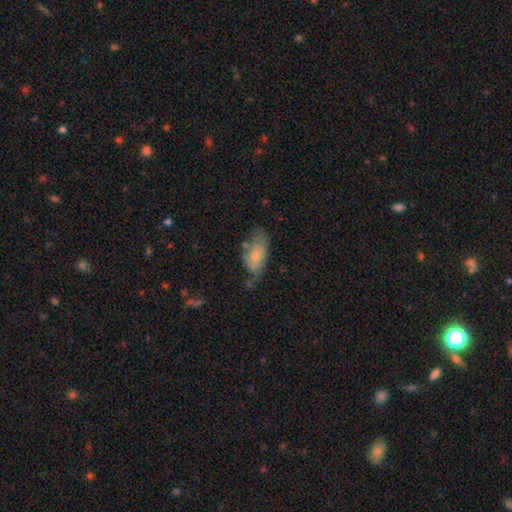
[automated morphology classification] smooth-or-featured: smooth: 67% | featured or disk: 26% | star or artifact: 7%
  how-rounded: in between: 88% | cigar-shaped: 9% | round: 3%
  merging: none: 38% | minor disturbance: 36% | major disturbance: 19% | merger: 7%